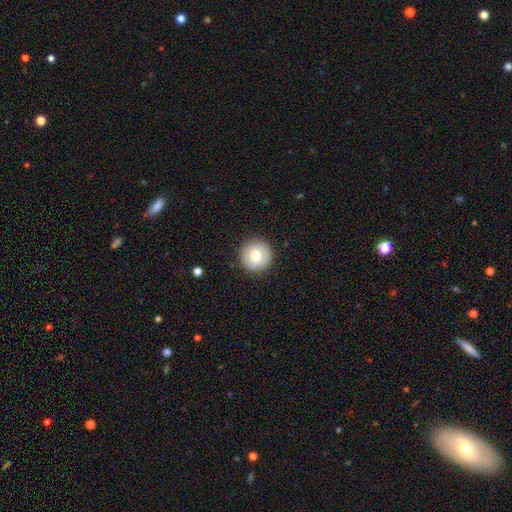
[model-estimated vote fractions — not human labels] Q: Smooth or featured?
A: smooth (70%); runner-up: featured or disk (22%)
Q: How rounded?
A: round (96%); runner-up: in between (3%)
Q: Merging?
A: none (91%); runner-up: minor disturbance (6%)